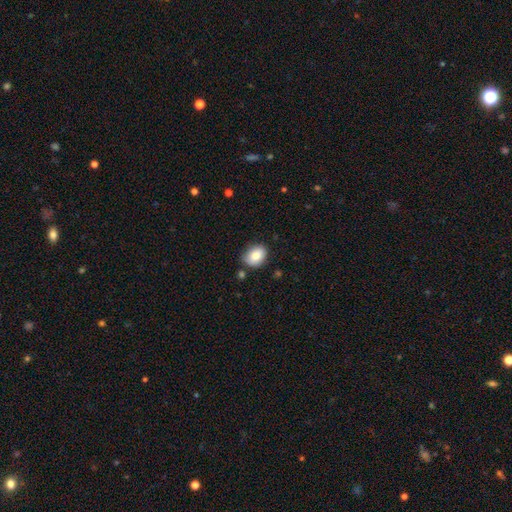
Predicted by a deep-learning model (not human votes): Morphology: type=smooth (81%); roundness=in between (56%); merging=none (75%).